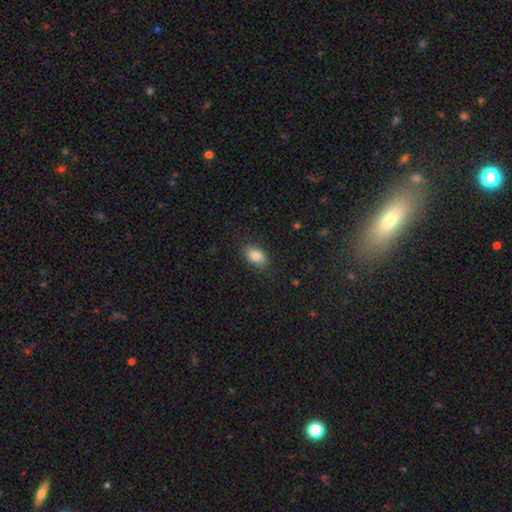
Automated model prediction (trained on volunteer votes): Q: Smooth or featured?
A: smooth (84%); runner-up: star or artifact (8%)
Q: How rounded?
A: in between (88%); runner-up: round (10%)
Q: Merging?
A: none (85%); runner-up: minor disturbance (11%)